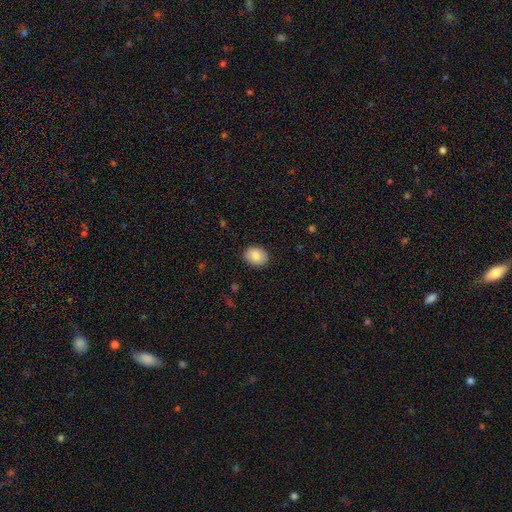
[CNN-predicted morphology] Smooth or featured? smooth (86%)
How rounded? in between (63%)
Merging? none (89%)